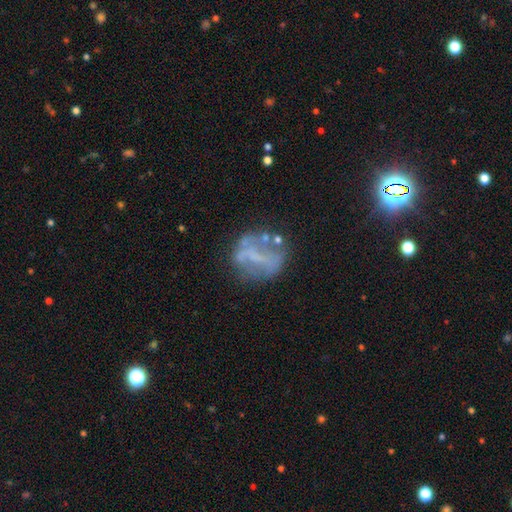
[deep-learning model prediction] Smooth or featured? Predicted: featured or disk (p=0.57). Edge-on disk? Predicted: no (p=0.94). Bar? Predicted: no (p=0.40). Spiral arms? Predicted: no (p=0.73). Bulge size? Predicted: none (p=0.65). Merging? Predicted: none (p=0.57).